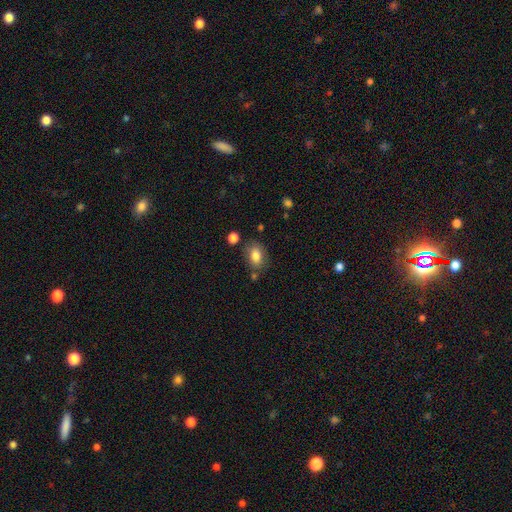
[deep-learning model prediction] Smooth or featured: smooth — 82% (featured or disk — 9%)
How rounded: in between — 78% (round — 21%)
Merging: none — 75% (minor disturbance — 15%)